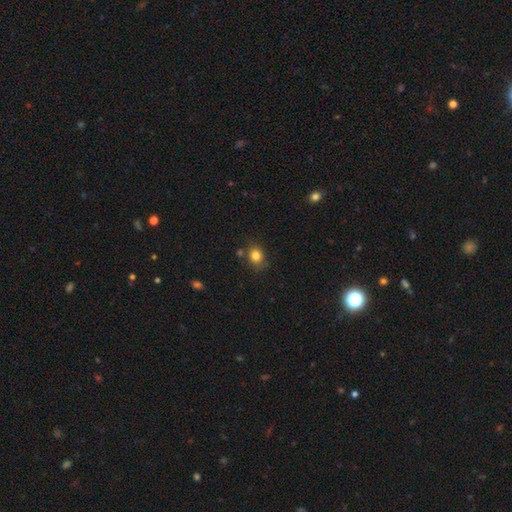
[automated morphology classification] smooth 82%, star or artifact 11%, featured or disk 7%. Down the decision tree: how rounded — round (62%); merging — none (75%).